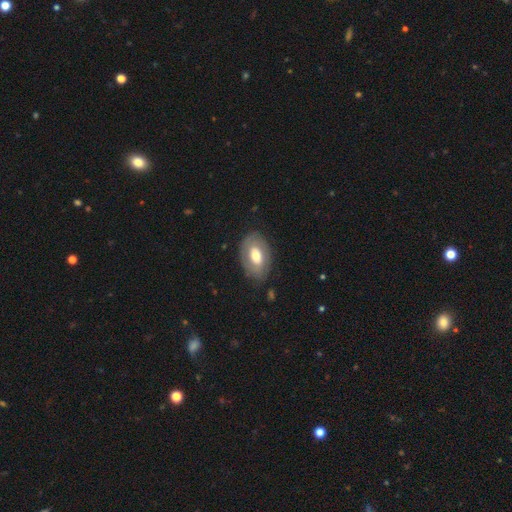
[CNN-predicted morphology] This is possibly a smooth galaxy (54%). How rounded: clearly in between (88%). Merging: likely none (77%).